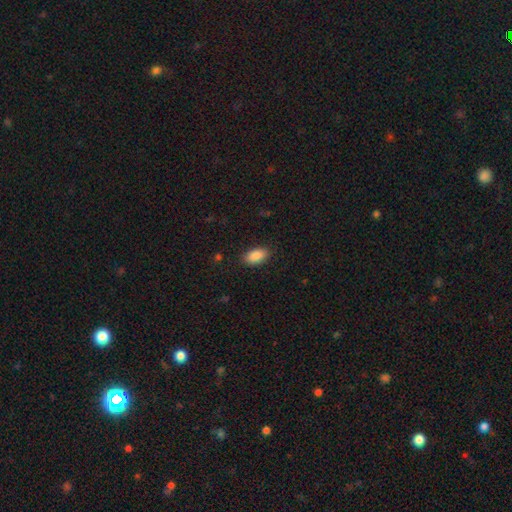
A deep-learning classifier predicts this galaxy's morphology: Smooth or featured? Predicted: smooth (p=0.89). How rounded? Predicted: in between (p=0.93). Merging? Predicted: none (p=0.87).